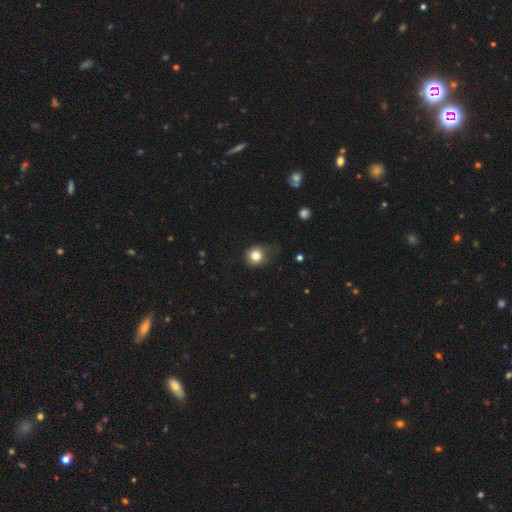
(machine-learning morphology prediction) Smooth or featured? Predicted: smooth (p=0.82). How rounded? Predicted: round (p=0.81). Merging? Predicted: none (p=0.63).